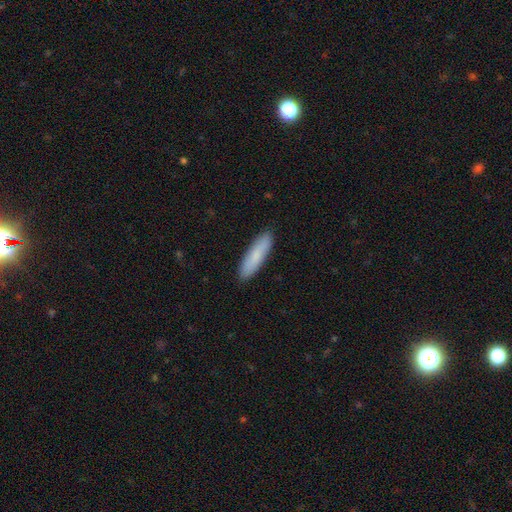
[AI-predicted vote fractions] smooth_or_featured: smooth (p=0.82) [alt: featured or disk p=0.13]
how_rounded: cigar-shaped (p=0.74) [alt: in between p=0.25]
merging: none (p=0.90) [alt: minor disturbance p=0.07]